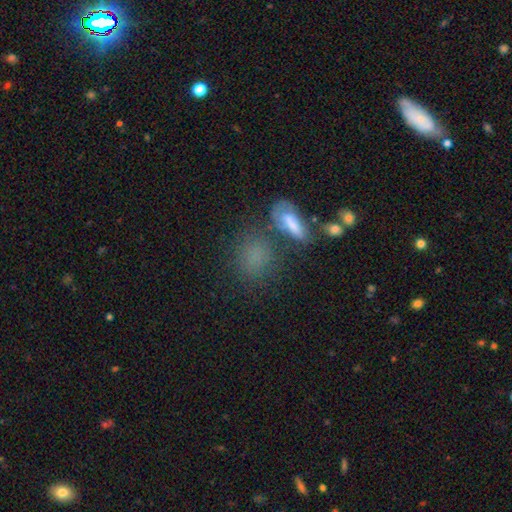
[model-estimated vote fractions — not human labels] Overall: smooth (67%). How rounded: in between (54%; round 37%). Merging: none (51%; merger 23%).